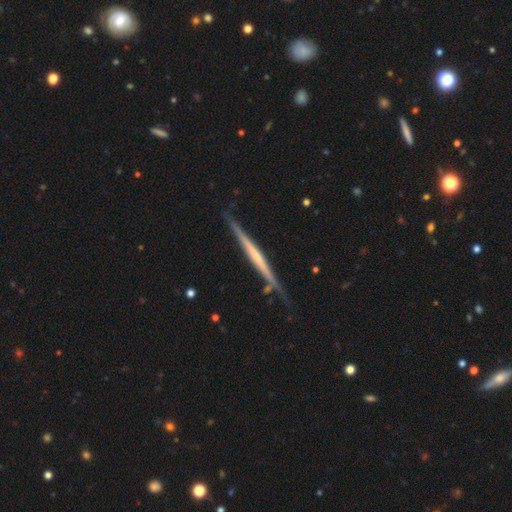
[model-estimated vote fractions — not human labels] Morphology: type=featured or disk (73%); edge-on=yes (96%); edge-on bulge=none (57%); merging=none (80%).